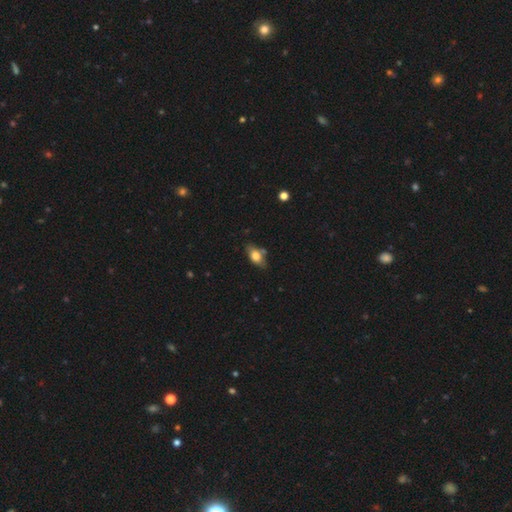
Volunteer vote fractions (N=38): This appears to be a smooth galaxy with no disk features (71%) that is in between round and cigar-shaped (85%). Merging: none (67%).